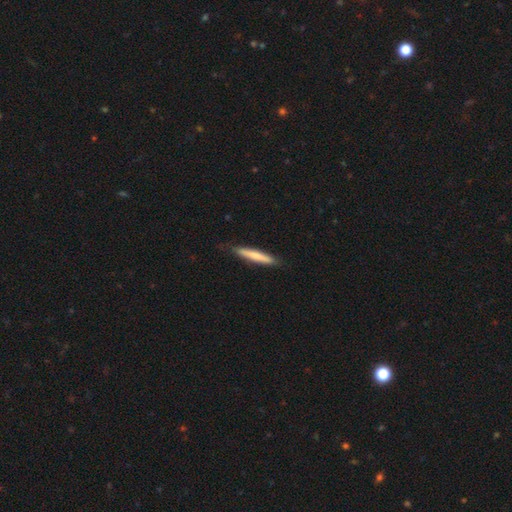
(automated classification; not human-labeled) This is likely a smooth galaxy (71%). How rounded: clearly cigar-shaped (94%). Merging: clearly none (84%).